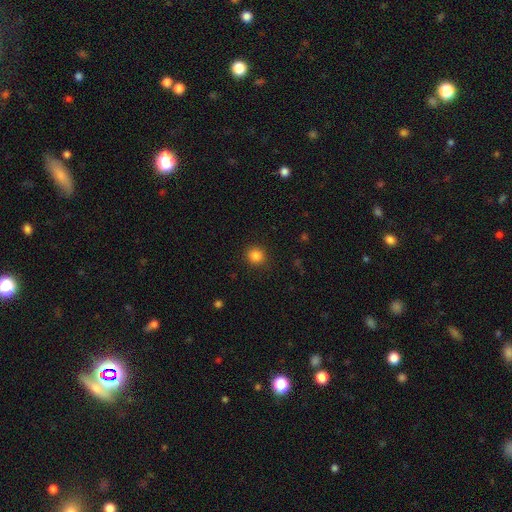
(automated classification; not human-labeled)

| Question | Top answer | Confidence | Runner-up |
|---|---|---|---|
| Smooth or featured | smooth | 84% | star or artifact (12%) |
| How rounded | round | 89% | in between (10%) |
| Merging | none | 91% | minor disturbance (6%) |